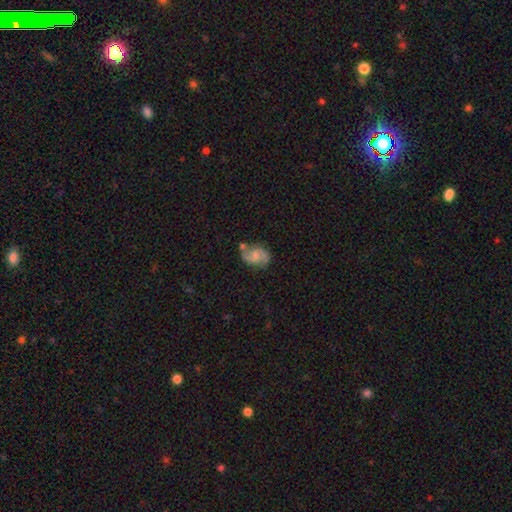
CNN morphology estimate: featured or disk 74%, smooth 18%, star or artifact 7%. Down the decision tree: edge-on disk — no (98%); bar — no (47%); spiral arms — yes (94%); spiral arm count — 2 (91%); spiral winding — medium (51%); bulge size — small (42%); merging — none (64%).